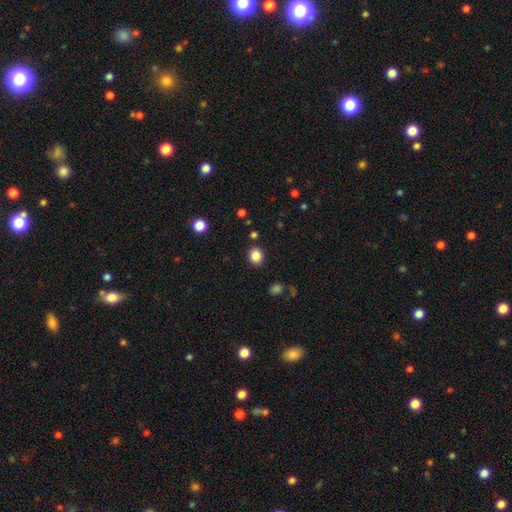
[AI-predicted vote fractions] A smooth galaxy with no disk features (85%) that is round (77%). Merging: none (89%).